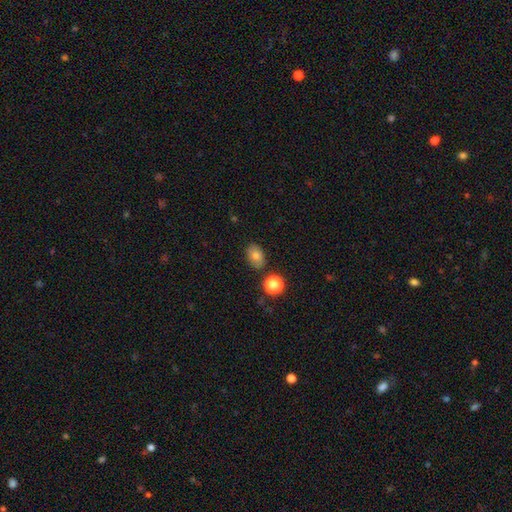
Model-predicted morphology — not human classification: smooth-or-featured: smooth: 74% | featured or disk: 14% | star or artifact: 11%
  how-rounded: in between: 72% | round: 26% | cigar-shaped: 1%
  merging: none: 82% | minor disturbance: 12% | merger: 4% | major disturbance: 3%